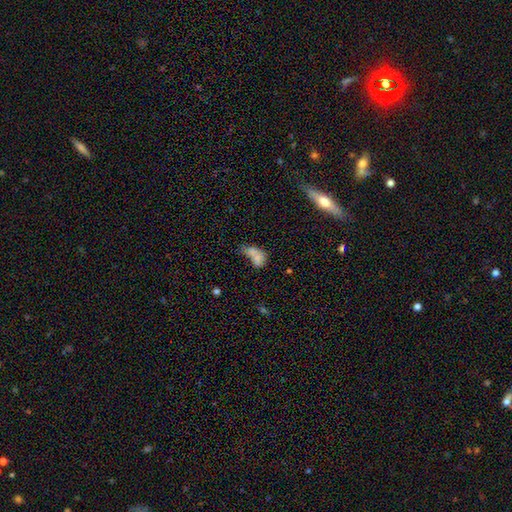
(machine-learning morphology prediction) Q: Smooth or featured?
A: smooth (69%); runner-up: featured or disk (19%)
Q: How rounded?
A: in between (76%); runner-up: round (19%)
Q: Merging?
A: merger (55%); runner-up: none (19%)